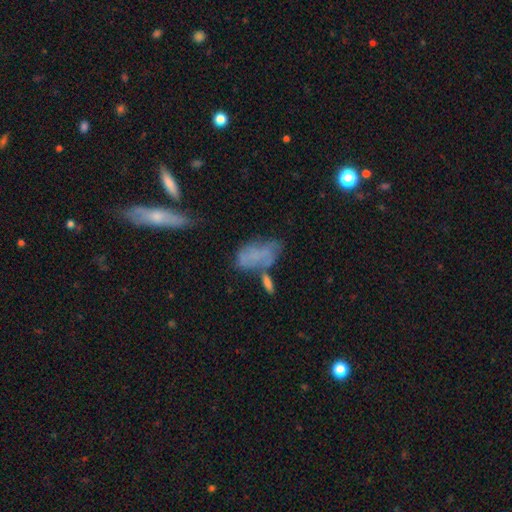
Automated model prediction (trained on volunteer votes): Smooth or featured? Predicted: smooth (p=0.54). How rounded? Predicted: in between (p=0.86). Merging? Predicted: none (p=0.36).